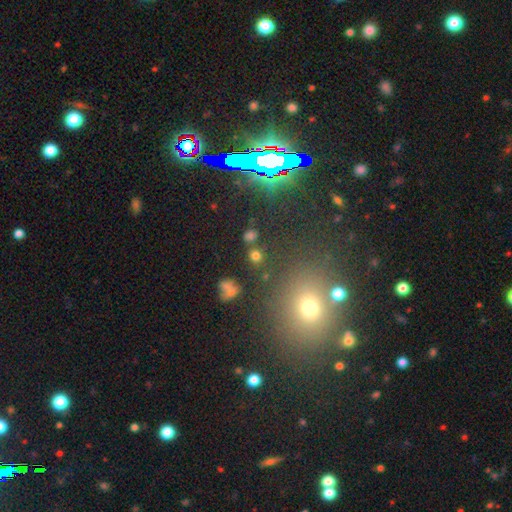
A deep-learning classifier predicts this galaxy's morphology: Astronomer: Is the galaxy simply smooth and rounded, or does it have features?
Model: smooth — 72%.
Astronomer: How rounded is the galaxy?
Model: round — 82%.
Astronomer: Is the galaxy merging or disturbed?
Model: none — 77%.